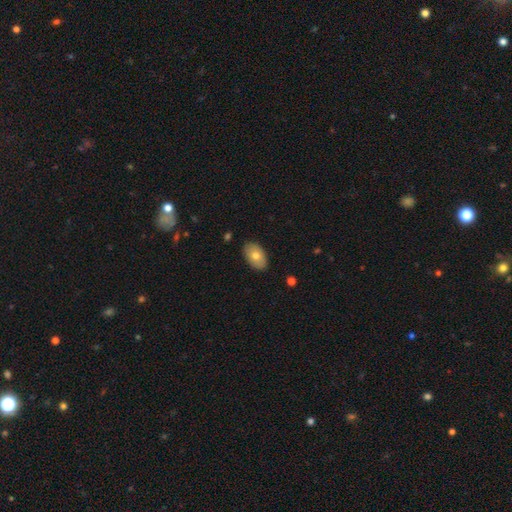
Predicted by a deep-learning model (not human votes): smooth 75%, featured or disk 18%, star or artifact 7%. Down the decision tree: how rounded — in between (93%); merging — none (87%).